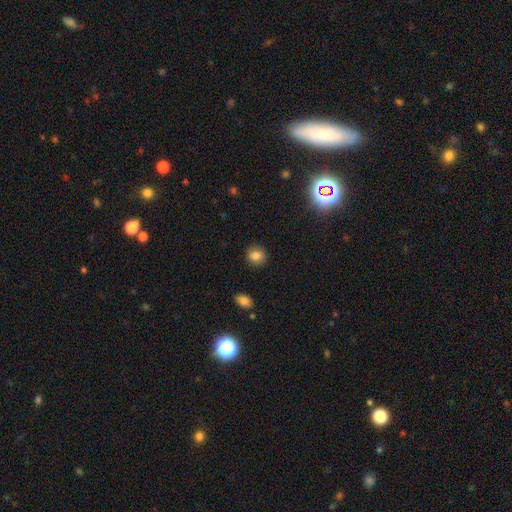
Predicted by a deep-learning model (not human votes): Q: Smooth or featured?
A: smooth (82%); runner-up: star or artifact (11%)
Q: How rounded?
A: round (81%); runner-up: in between (18%)
Q: Merging?
A: none (90%); runner-up: minor disturbance (6%)